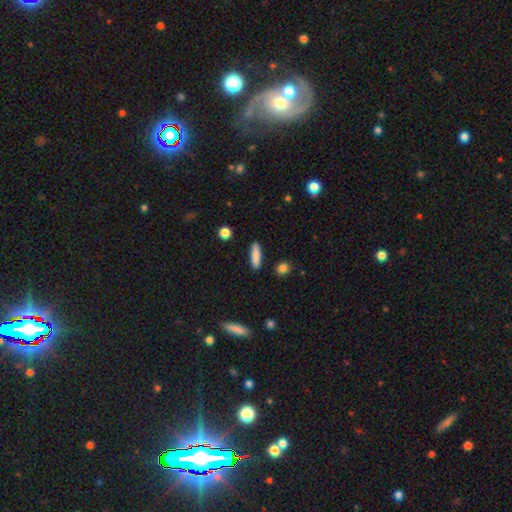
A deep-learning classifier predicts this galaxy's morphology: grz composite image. It shows a smooth galaxy with no disk features (81%) that is cigar-shaped (68%). Merging: none (88%).